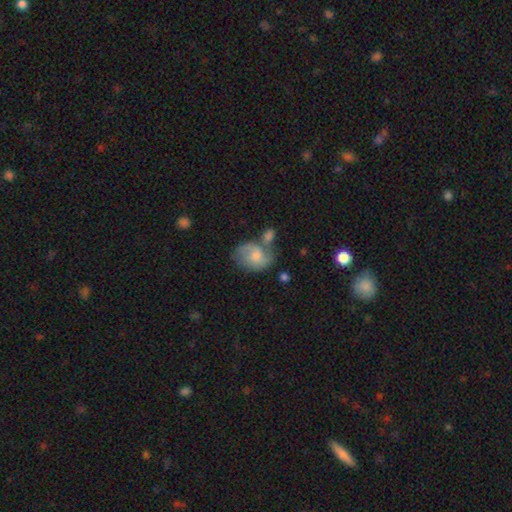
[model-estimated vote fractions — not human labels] A featured or disk galaxy (47%).

Vote fractions:
- Smooth or featured? featured or disk: 47% / smooth: 45% / star or artifact: 8%
- Merging? none: 39% / merger: 28% / minor disturbance: 21% / major disturbance: 12%